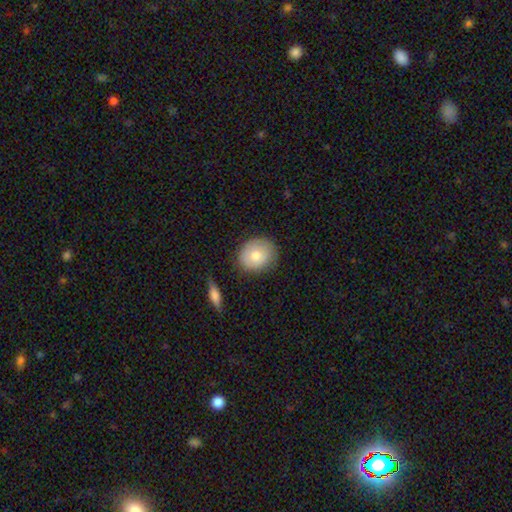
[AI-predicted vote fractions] A smooth galaxy with no disk features (76%) that is round (67%). Merging: none (79%).